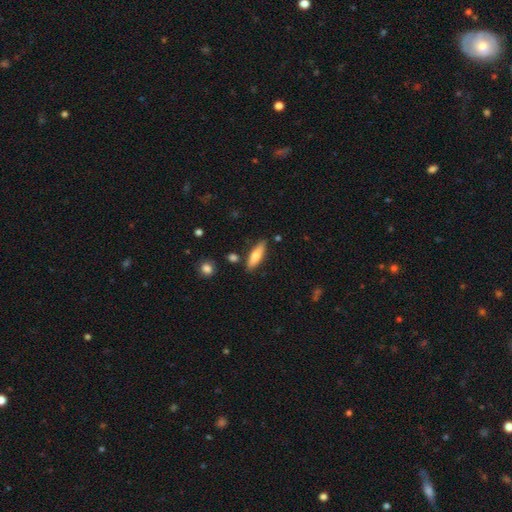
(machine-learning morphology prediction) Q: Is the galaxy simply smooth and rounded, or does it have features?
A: smooth — 71%.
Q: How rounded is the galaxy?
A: cigar-shaped — 59%.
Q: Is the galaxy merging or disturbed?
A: none — 82%.